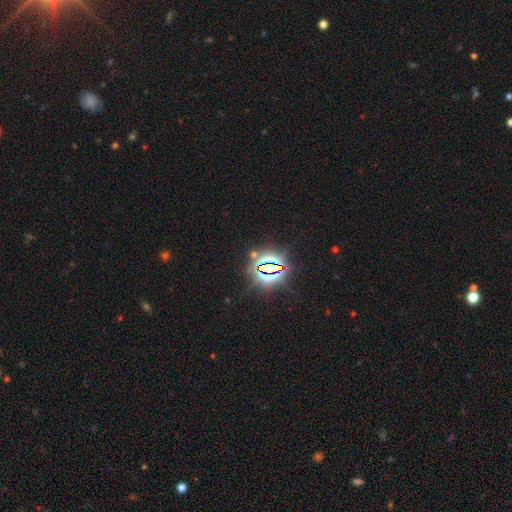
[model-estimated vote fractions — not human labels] Smooth or featured: star or artifact — 82% (smooth — 10%)